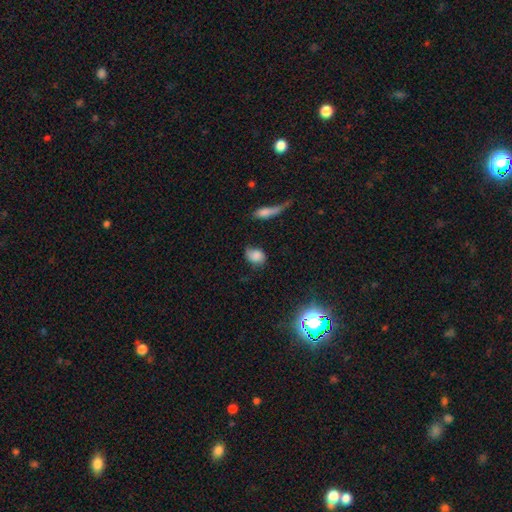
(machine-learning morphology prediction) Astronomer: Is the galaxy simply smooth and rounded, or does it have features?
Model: smooth — 76%.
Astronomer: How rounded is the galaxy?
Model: in between — 64%.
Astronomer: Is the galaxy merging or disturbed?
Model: none — 54%.